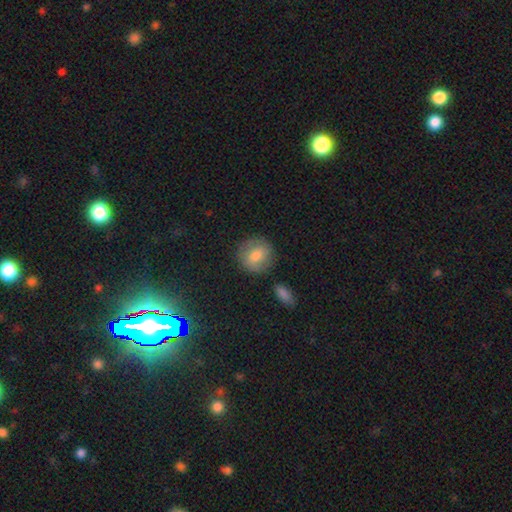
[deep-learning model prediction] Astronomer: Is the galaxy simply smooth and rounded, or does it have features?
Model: smooth — 74%.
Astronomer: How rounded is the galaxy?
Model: round — 89%.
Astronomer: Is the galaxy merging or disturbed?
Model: none — 83%.